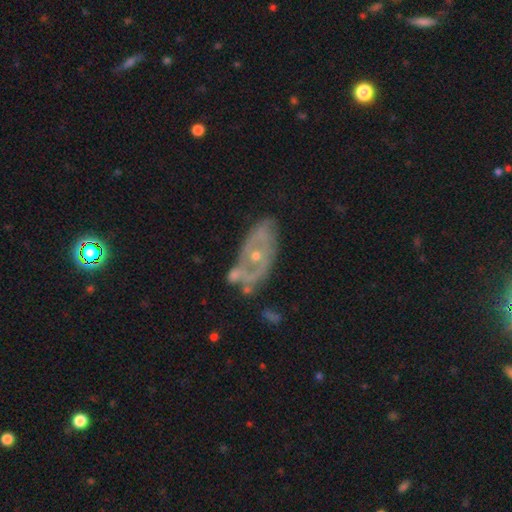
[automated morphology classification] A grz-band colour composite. It shows a featured or disk galaxy (77%) with no bar (79%), spiral arms (62%) and a small central bulge (52%). Merging: none (46%).